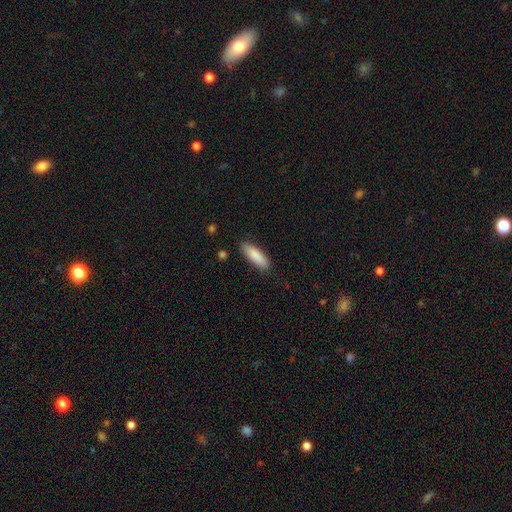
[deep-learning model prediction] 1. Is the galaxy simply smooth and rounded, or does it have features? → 87% smooth, 7% featured or disk, 6% star or artifact.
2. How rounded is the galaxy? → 51% in between, 47% cigar-shaped, 2% round.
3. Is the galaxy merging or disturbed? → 85% none, 12% minor disturbance, 2% major disturbance, 1% merger.